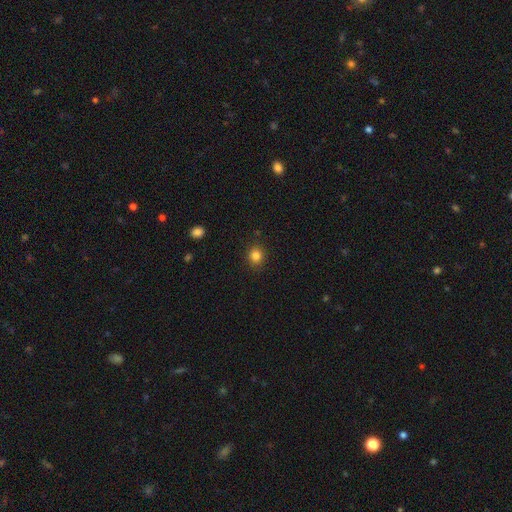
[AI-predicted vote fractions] smooth 83%, star or artifact 12%, featured or disk 5%. Down the decision tree: how rounded — round (84%); merging — none (88%).